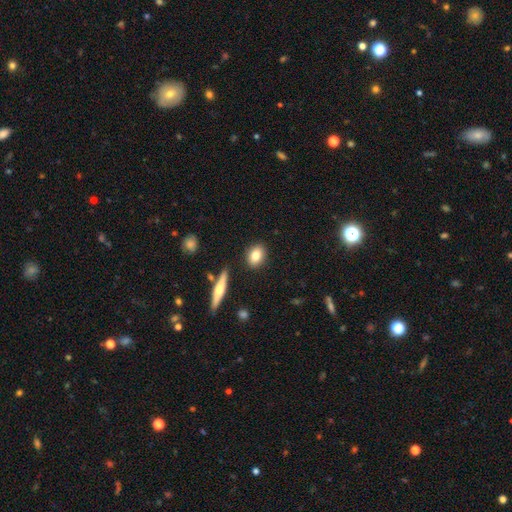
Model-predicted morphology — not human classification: smooth 81%, featured or disk 12%, star or artifact 7%. Down the decision tree: how rounded — in between (65%); merging — none (87%).